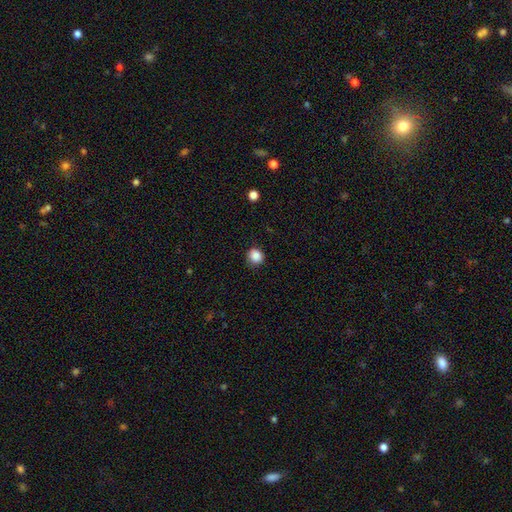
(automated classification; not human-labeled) Smooth or featured? smooth (87%)
How rounded? round (82%)
Merging? none (86%)